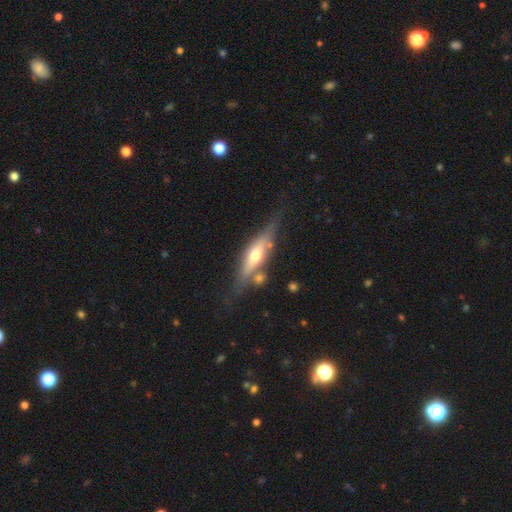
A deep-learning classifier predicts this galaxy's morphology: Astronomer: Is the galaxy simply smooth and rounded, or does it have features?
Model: featured or disk — 63%.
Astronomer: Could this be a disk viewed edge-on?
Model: yes — 89%.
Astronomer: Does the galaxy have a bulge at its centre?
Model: rounded — 86%.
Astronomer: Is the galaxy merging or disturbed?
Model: none — 70%.